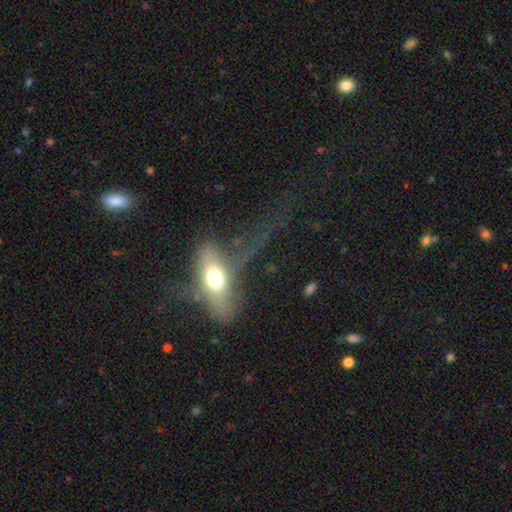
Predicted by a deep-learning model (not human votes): This appears to be a featured or disk galaxy (46%). Merging: major disturbance (50%).